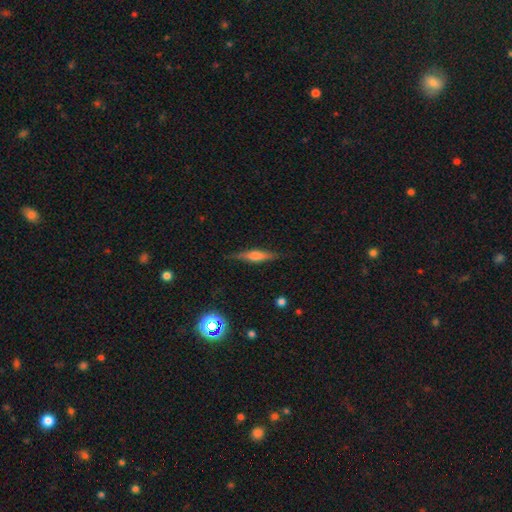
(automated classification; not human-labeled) Smooth or featured?
  - featured or disk: 58% *
  - smooth: 33%
  - star or artifact: 8%
Edge-on disk?
  - yes: 96% *
  - no: 4%
Edge-on bulge?
  - rounded: 71% *
  - boxy: 20%
  - none: 9%
Merging?
  - none: 86% *
  - minor disturbance: 10%
  - major disturbance: 2%
  - merger: 1%